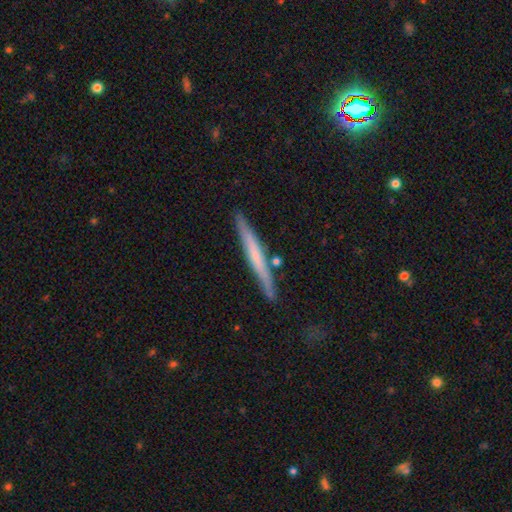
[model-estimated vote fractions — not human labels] A smooth galaxy with no disk features (48%). Merging: none (87%).